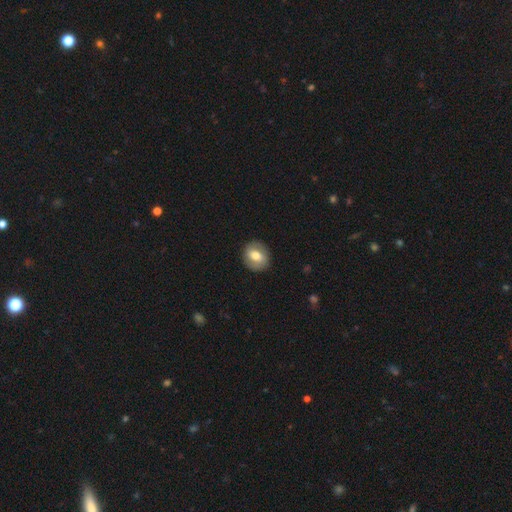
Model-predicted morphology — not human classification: Smooth or featured? Predicted: smooth (p=0.54). How rounded? Predicted: round (p=0.69). Merging? Predicted: none (p=0.87).